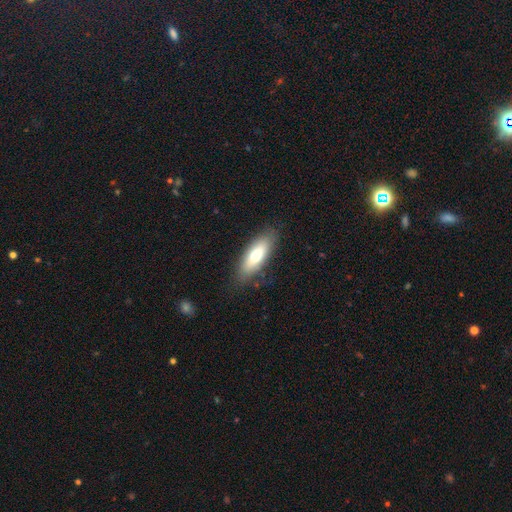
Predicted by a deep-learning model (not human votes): Overall: smooth (69%). How rounded: in between (68%; cigar-shaped 29%). Merging: none (81%).